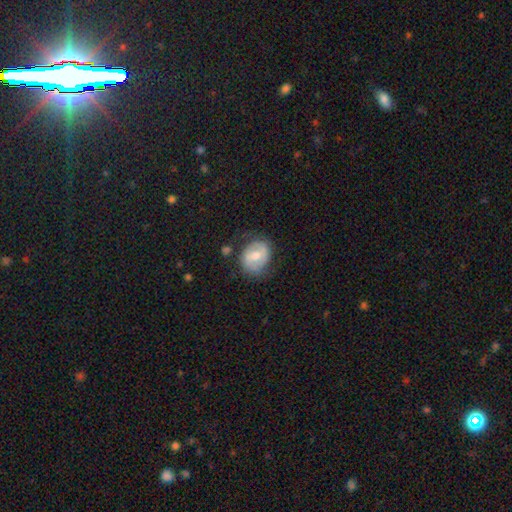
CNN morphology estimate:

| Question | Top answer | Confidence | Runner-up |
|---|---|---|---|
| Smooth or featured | smooth | 49% | featured or disk (45%) |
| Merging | none | 67% | minor disturbance (21%) |